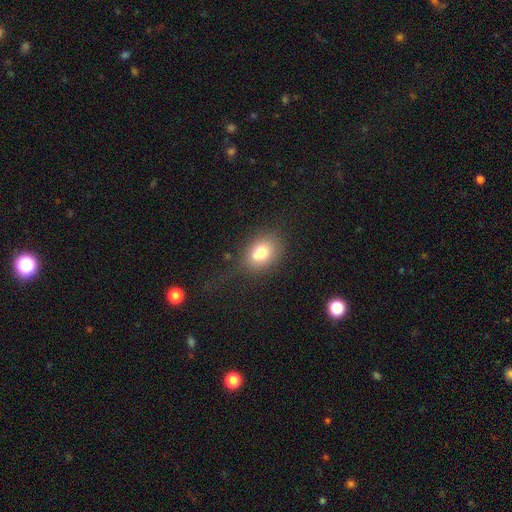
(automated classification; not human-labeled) Q: Smooth or featured?
A: smooth (72%); runner-up: featured or disk (17%)
Q: How rounded?
A: in between (59%); runner-up: round (40%)
Q: Merging?
A: none (50%); runner-up: merger (22%)